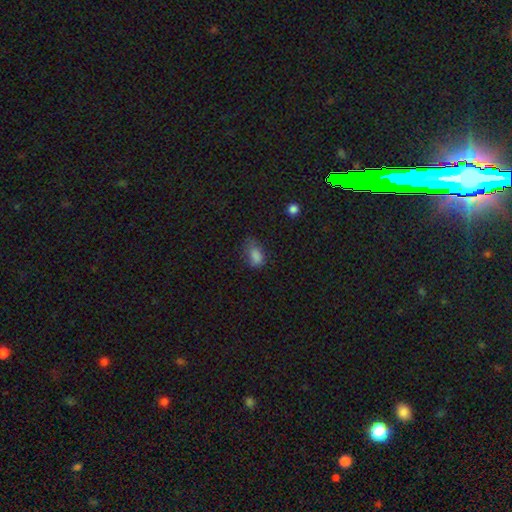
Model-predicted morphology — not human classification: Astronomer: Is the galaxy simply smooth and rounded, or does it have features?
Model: smooth — 81%.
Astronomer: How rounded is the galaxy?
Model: in between — 85%.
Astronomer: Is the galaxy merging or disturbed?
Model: none — 47% (runner-up: minor disturbance, 34%).